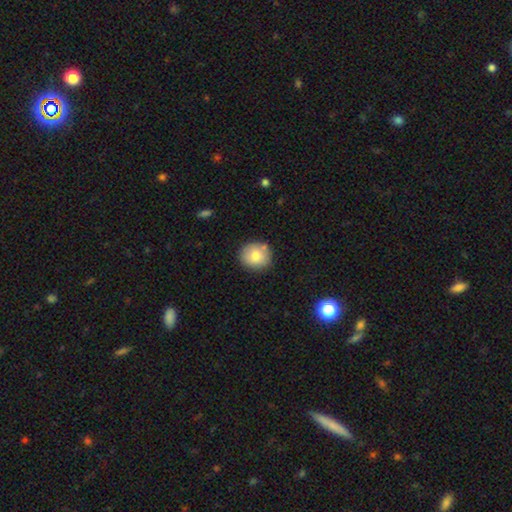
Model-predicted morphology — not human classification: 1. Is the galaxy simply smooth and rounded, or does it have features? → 81% smooth, 11% featured or disk, 8% star or artifact.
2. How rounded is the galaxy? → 84% round, 15% in between, 1% cigar-shaped.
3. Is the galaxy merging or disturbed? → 81% none, 12% minor disturbance, 5% merger, 3% major disturbance.